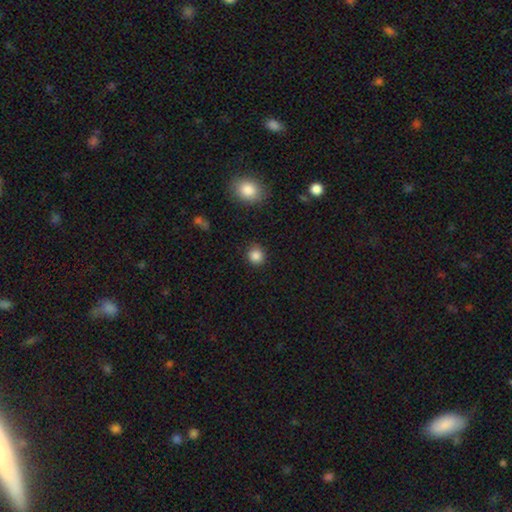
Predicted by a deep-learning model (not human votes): smooth 86%, star or artifact 11%, featured or disk 3%. Down the decision tree: how rounded — round (87%); merging — none (87%).